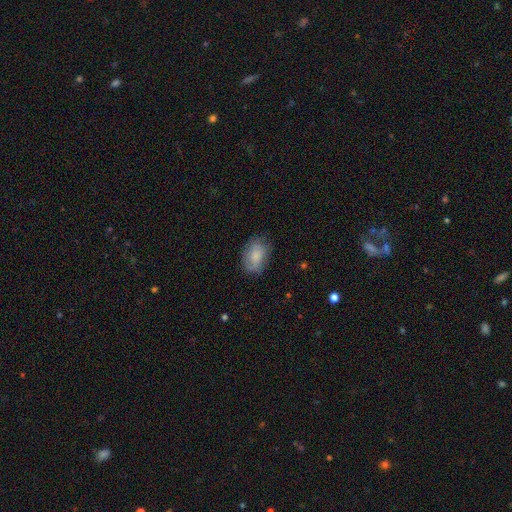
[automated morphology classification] This appears to be a smooth galaxy with no disk features (74%) that is in between round and cigar-shaped (79%). Merging: none (71%).